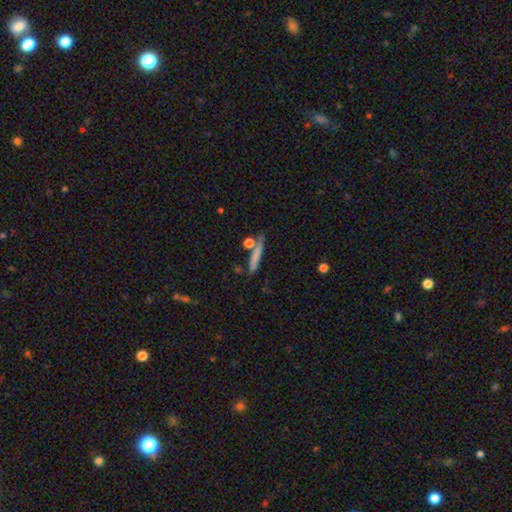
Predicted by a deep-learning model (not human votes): This appears to be a smooth galaxy with no disk features (70%) that is cigar-shaped (89%). Merging: none (72%).